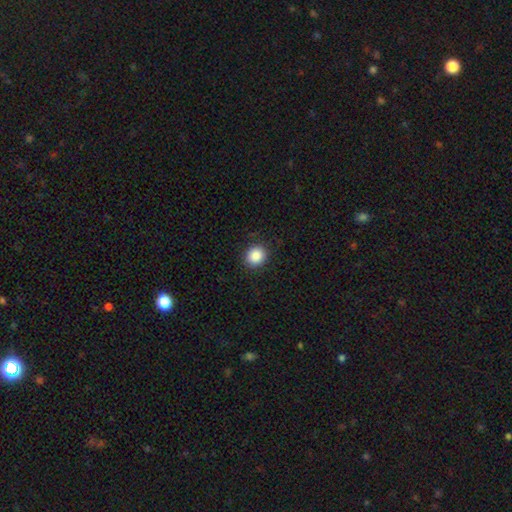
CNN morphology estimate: A smooth galaxy with no disk features (88%) that is round (83%).

Vote fractions:
- Smooth or featured? smooth: 88% / star or artifact: 9% / featured or disk: 3%
- How rounded? round: 83% / in between: 16% / cigar-shaped: 1%
- Merging? none: 89% / minor disturbance: 8% / major disturbance: 2% / merger: 1%